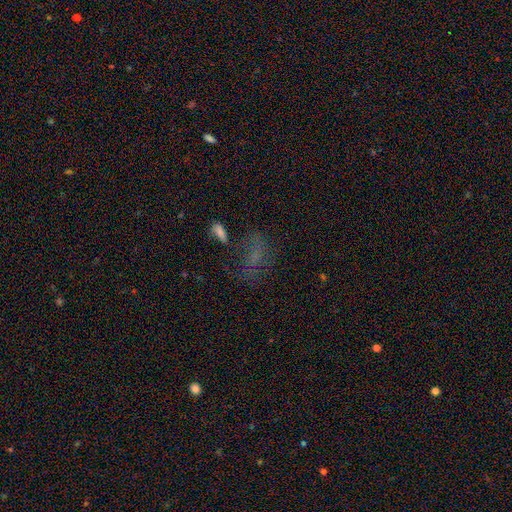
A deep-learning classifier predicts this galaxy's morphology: smooth-or-featured: smooth: 45% | featured or disk: 29% | star or artifact: 26%
  merging: none: 47% | major disturbance: 24% | minor disturbance: 21% | merger: 8%